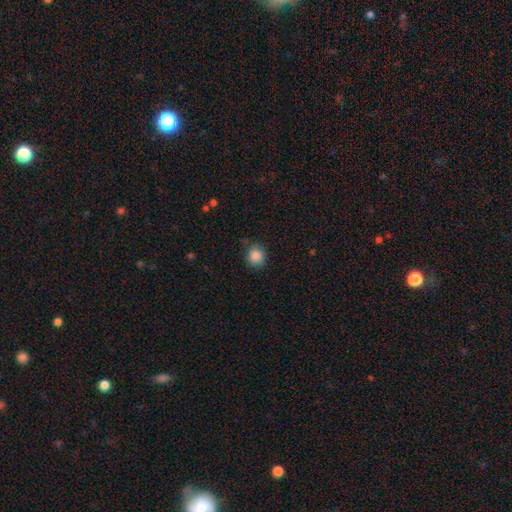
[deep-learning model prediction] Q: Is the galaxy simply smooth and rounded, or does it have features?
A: smooth — 87%.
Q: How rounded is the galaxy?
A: round — 83%.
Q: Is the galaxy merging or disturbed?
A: none — 80%.